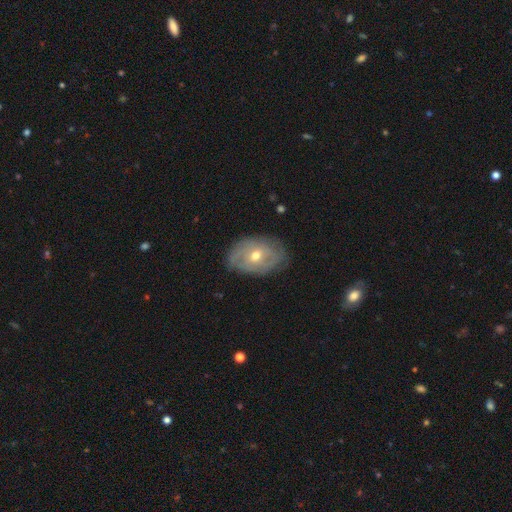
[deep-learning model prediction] Smooth or featured? featured or disk (63%)
Edge-on disk? no (93%)
Bar? no (62%)
Spiral arms? yes (60%)
Bulge size? moderate (65%)
Merging? none (73%)